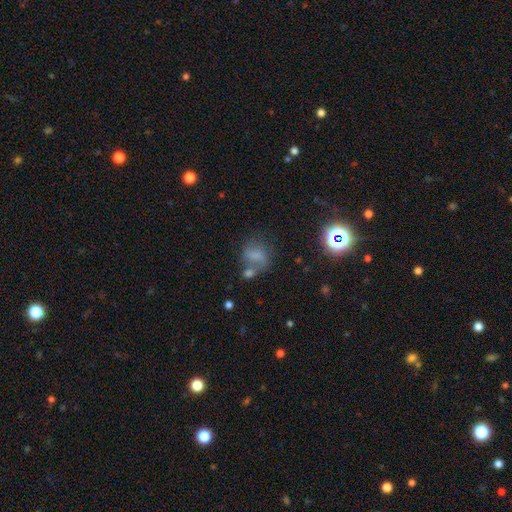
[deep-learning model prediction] A smooth galaxy with no disk features (61%) that is in between round and cigar-shaped (53%).

Vote fractions:
- Smooth or featured? smooth: 61% / featured or disk: 21% / star or artifact: 18%
- How rounded? in between: 53% / round: 45% / cigar-shaped: 2%
- Merging? none: 38% / merger: 28% / minor disturbance: 19% / major disturbance: 15%